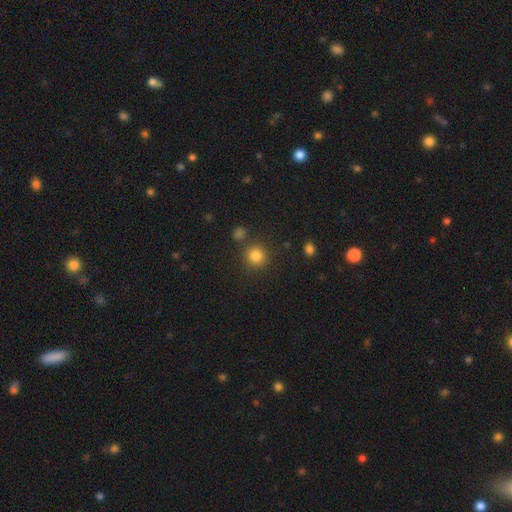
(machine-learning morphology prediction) type=smooth (83%); roundness=round (92%); merging=none (82%).